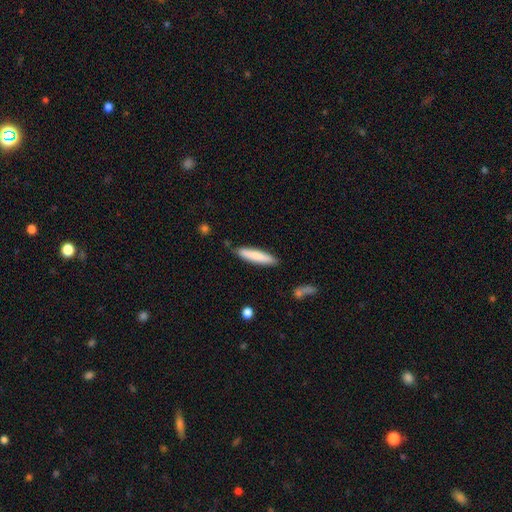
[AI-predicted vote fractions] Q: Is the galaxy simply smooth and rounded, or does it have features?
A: smooth — 80%.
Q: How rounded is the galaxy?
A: cigar-shaped — 84%.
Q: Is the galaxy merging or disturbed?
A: none — 84%.